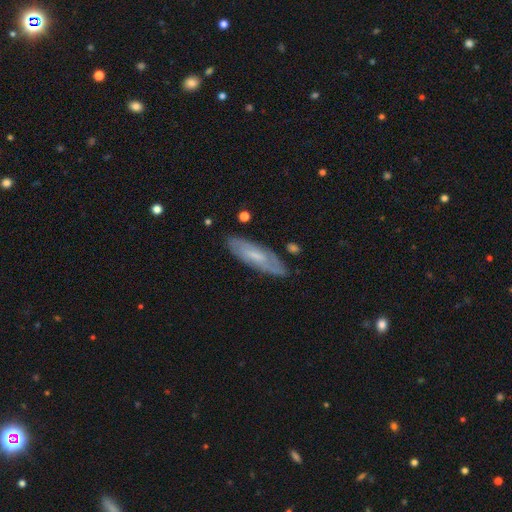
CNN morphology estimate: Smooth or featured: featured or disk — 50% (smooth — 43%)
Merging: none — 79% (minor disturbance — 15%)